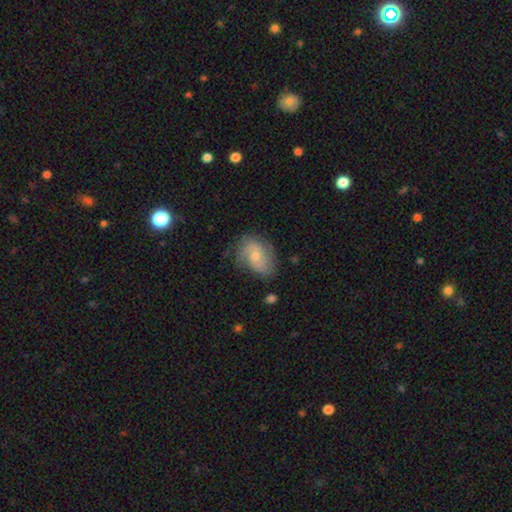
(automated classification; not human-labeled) Overall: featured or disk (56%; smooth 36%). Edge-on disk: no (97%). Bar: no (70%). Spiral arms: yes (83%). Bulge size: small (53%; moderate 42%). Merging: none (62%; minor disturbance 26%).